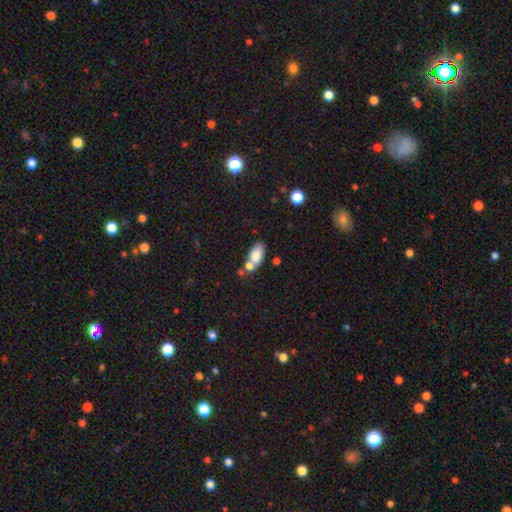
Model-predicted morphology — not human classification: smooth 77%, featured or disk 15%, star or artifact 8%. Down the decision tree: how rounded — in between (88%); merging — none (44%).